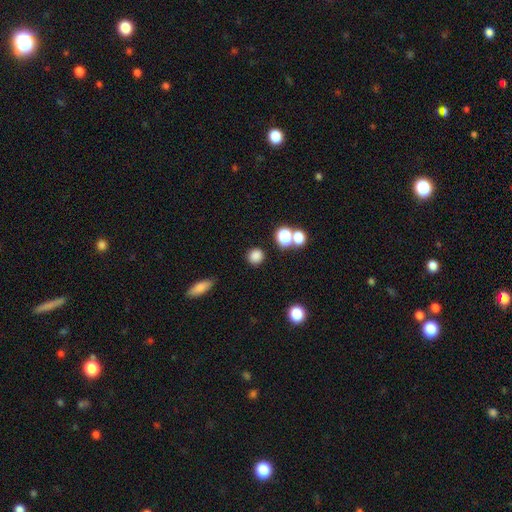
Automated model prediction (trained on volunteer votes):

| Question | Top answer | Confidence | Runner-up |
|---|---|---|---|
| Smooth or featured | smooth | 82% | star or artifact (14%) |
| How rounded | round | 88% | in between (11%) |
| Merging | none | 84% | minor disturbance (8%) |